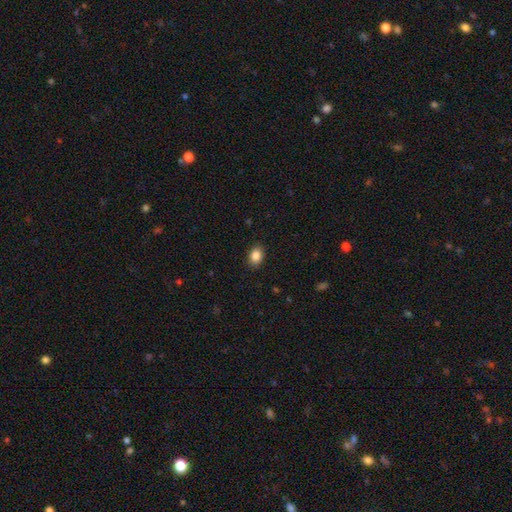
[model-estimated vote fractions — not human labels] Q: Smooth or featured?
A: smooth (86%); runner-up: star or artifact (9%)
Q: How rounded?
A: in between (70%); runner-up: round (29%)
Q: Merging?
A: none (89%); runner-up: minor disturbance (8%)